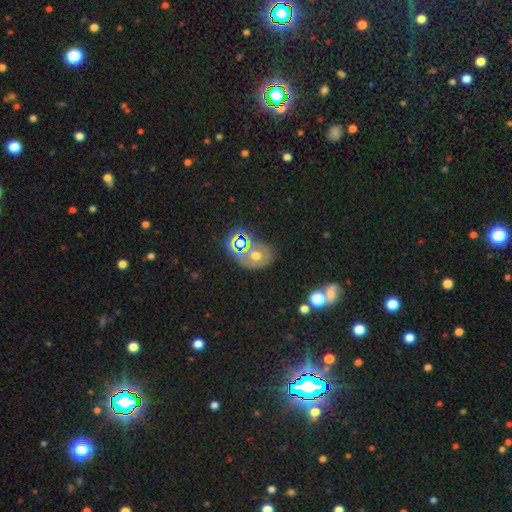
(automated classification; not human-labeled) A smooth galaxy with no disk features (41%). Merging: none (61%).